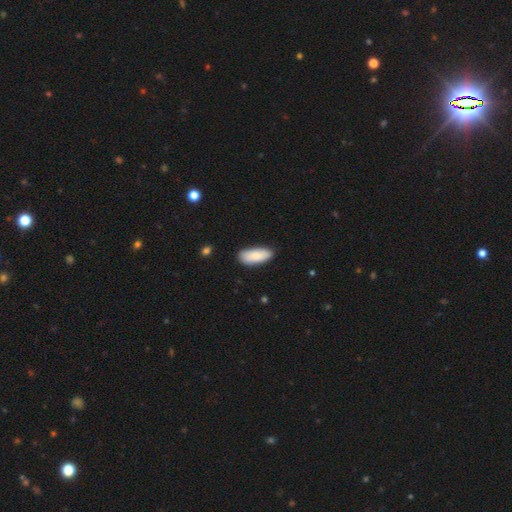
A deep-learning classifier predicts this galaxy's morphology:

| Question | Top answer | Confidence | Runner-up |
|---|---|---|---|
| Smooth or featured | smooth | 88% | featured or disk (7%) |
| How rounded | in between | 83% | cigar-shaped (16%) |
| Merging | none | 84% | minor disturbance (13%) |